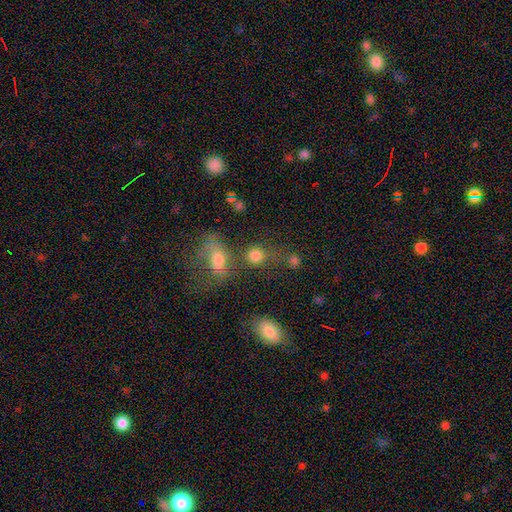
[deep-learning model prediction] Morphology: type=smooth (80%); roundness=round (82%); merging=none (56%).